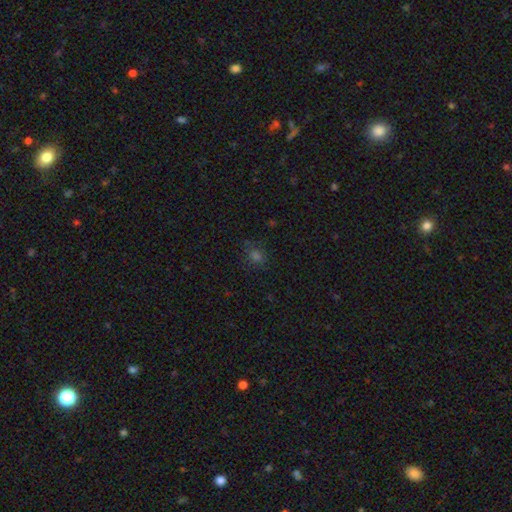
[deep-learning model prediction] Morphology: type=smooth (60%); roundness=round (61%); merging=none (77%).